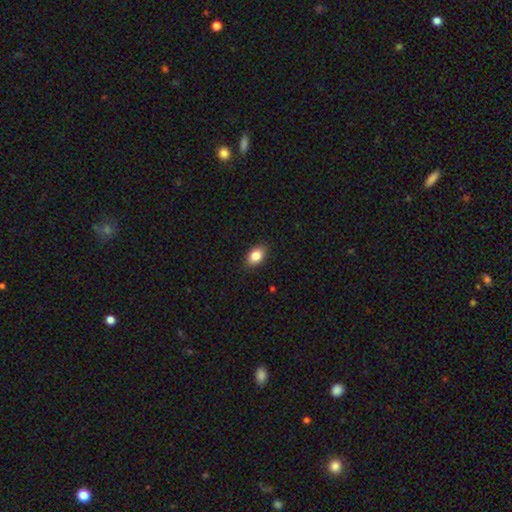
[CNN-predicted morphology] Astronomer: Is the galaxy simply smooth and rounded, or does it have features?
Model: smooth — 84%.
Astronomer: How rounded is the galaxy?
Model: in between — 85%.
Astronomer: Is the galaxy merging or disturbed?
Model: none — 88%.